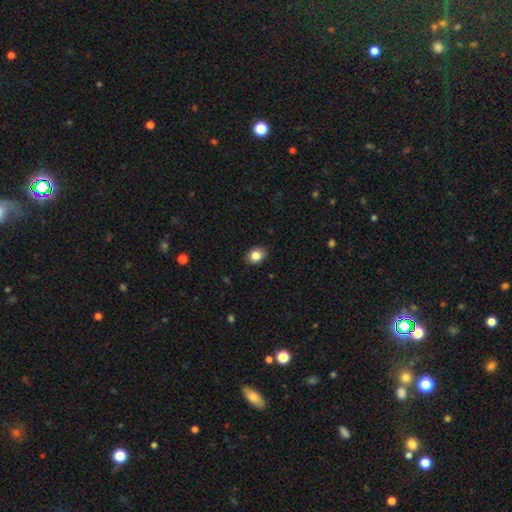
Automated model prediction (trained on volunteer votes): Smooth or featured? Predicted: smooth (p=0.84). How rounded? Predicted: in between (p=0.55). Merging? Predicted: none (p=0.89).